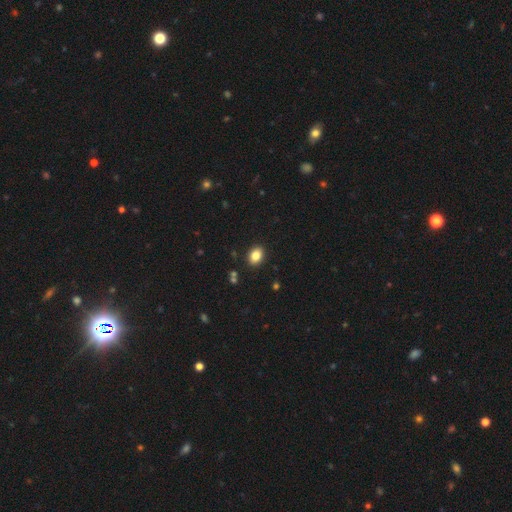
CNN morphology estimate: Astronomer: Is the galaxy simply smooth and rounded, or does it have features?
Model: smooth — 85%.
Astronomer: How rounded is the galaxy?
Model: in between — 68%.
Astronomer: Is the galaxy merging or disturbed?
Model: none — 89%.